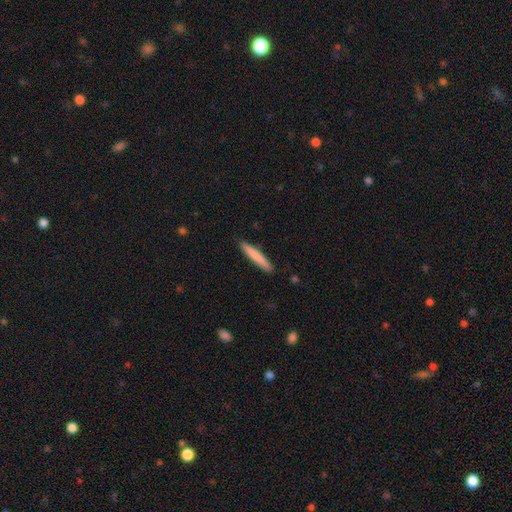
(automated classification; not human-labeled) Smooth or featured? smooth (78%)
How rounded? cigar-shaped (95%)
Merging? none (91%)